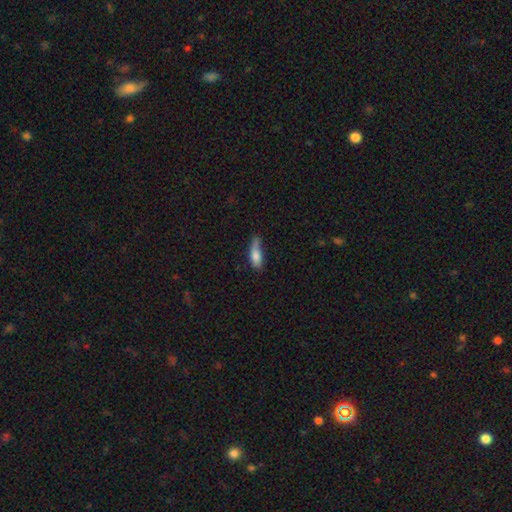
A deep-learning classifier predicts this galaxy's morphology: Smooth or featured? Predicted: smooth (p=0.75). How rounded? Predicted: in between (p=0.50). Merging? Predicted: none (p=0.40).